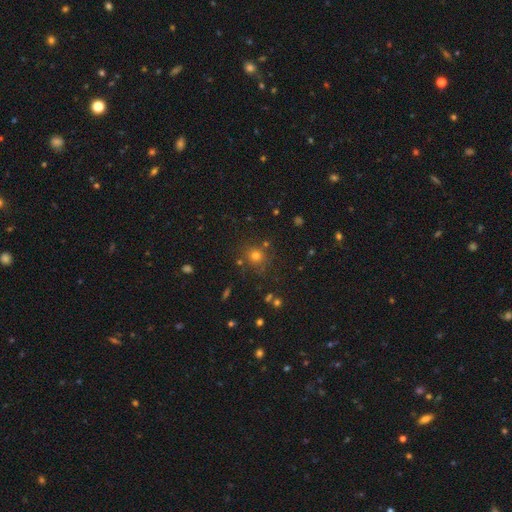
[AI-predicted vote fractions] A smooth galaxy with no disk features (71%) that is round (90%). Merging: none (78%).